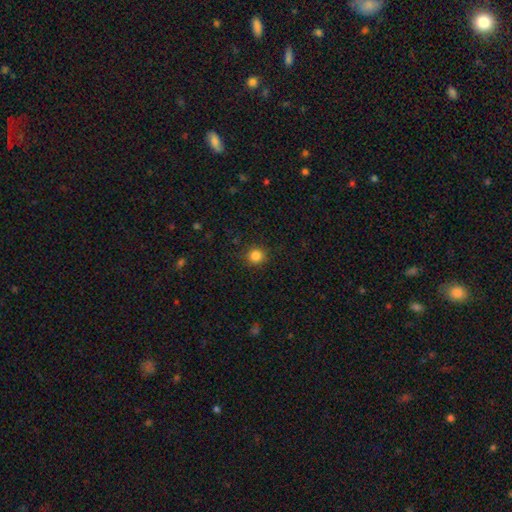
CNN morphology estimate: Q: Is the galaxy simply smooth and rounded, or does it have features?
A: smooth — 84%.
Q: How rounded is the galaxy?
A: round — 92%.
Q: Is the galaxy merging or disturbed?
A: none — 90%.